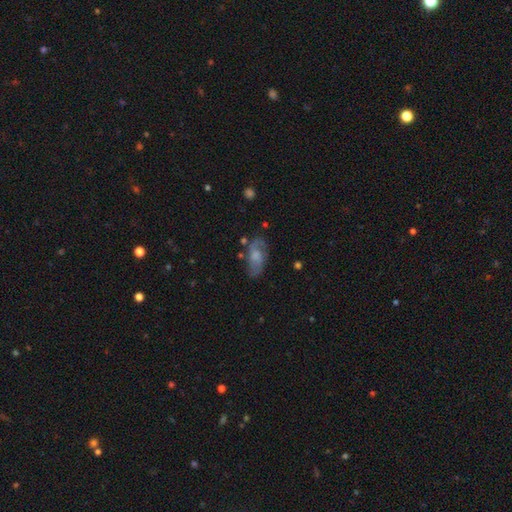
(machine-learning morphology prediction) Smooth or featured? featured or disk (58%)
Edge-on disk? no (92%)
Bar? no (63%)
Spiral arms? yes (82%)
Bulge size? moderate (33%)
Merging? none (64%)